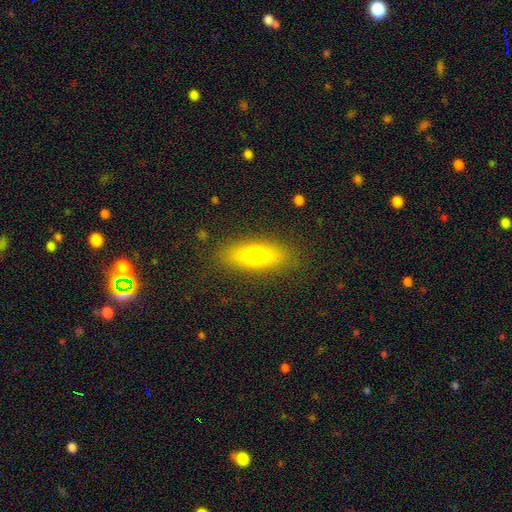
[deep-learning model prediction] smooth-or-featured: smooth: 68% | featured or disk: 23% | star or artifact: 8%
  how-rounded: in between: 55% | cigar-shaped: 41% | round: 4%
  merging: none: 86% | minor disturbance: 9% | major disturbance: 3% | merger: 1%